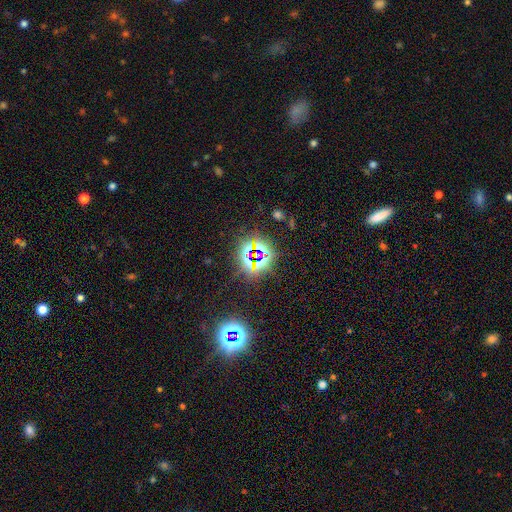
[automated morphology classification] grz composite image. It shows a star or artifact, not a galaxy (79%).